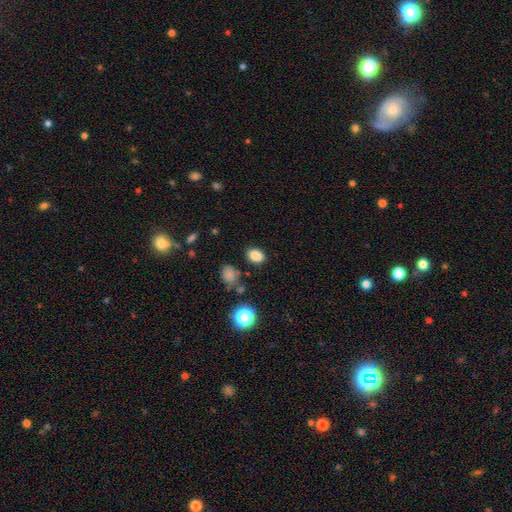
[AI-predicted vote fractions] Overall: smooth (83%). How rounded: in between (72%). Merging: none (82%).